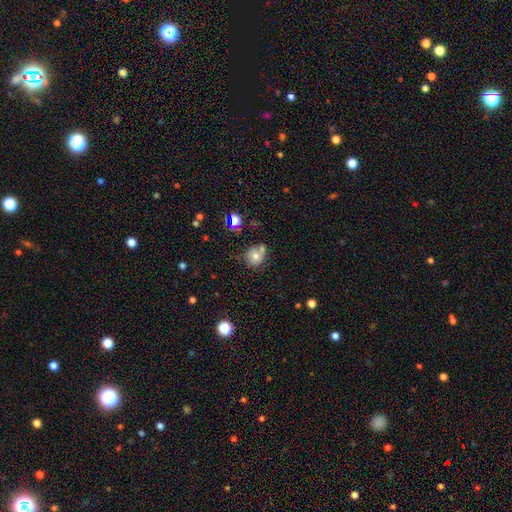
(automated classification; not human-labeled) Smooth or featured?
  - smooth: 71% *
  - featured or disk: 15%
  - star or artifact: 14%
How rounded?
  - round: 79% *
  - in between: 20%
  - cigar-shaped: 1%
Merging?
  - none: 51% *
  - merger: 27%
  - minor disturbance: 17%
  - major disturbance: 6%